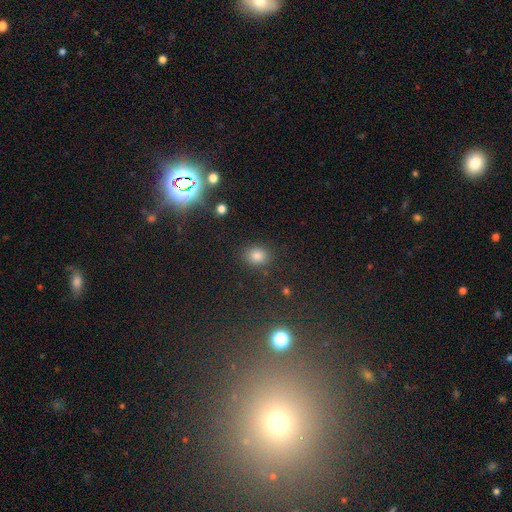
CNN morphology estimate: This is likely a smooth galaxy (76%). How rounded: possibly round (60%). Merging: clearly none (86%).